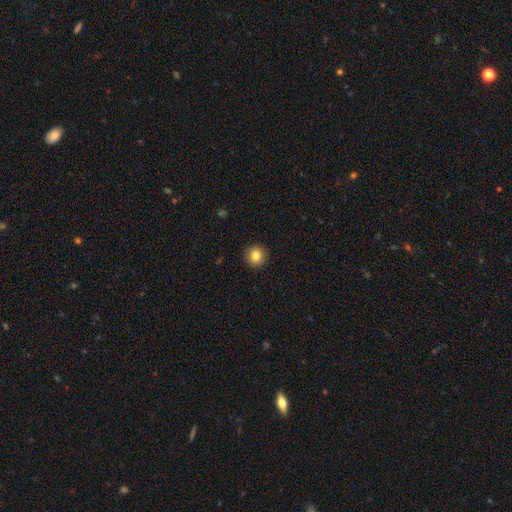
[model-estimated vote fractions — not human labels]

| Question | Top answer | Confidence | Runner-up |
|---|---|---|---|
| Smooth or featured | smooth | 84% | star or artifact (10%) |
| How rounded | round | 95% | in between (4%) |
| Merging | none | 93% | minor disturbance (5%) |